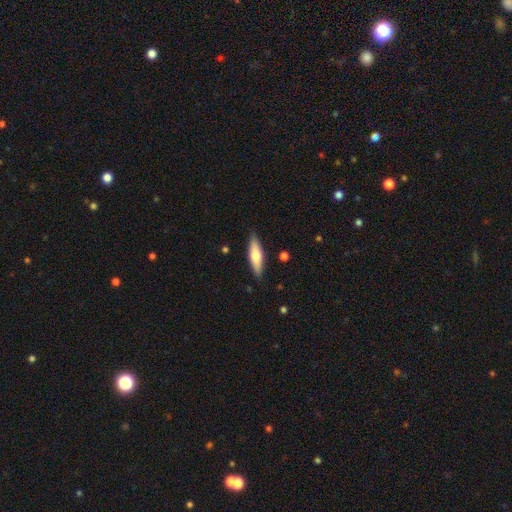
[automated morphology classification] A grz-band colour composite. It shows a smooth galaxy with no disk features (60%) that is cigar-shaped (62%). Merging: none (87%).